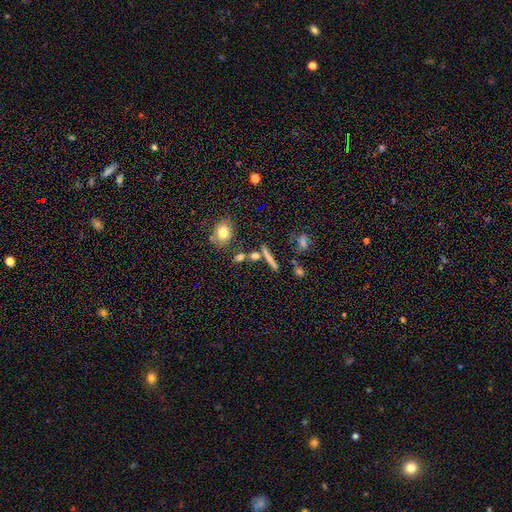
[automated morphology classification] Overall: smooth (57%; featured or disk 26%). How rounded: cigar-shaped (53%; round 26%). Merging: none (68%).